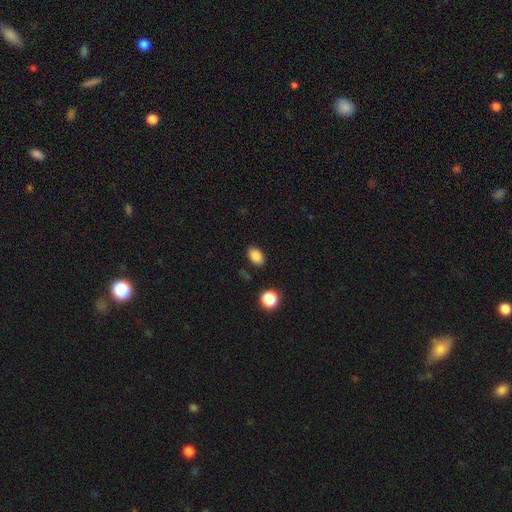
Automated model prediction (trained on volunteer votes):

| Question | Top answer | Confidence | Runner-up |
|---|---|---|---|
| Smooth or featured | smooth | 85% | star or artifact (10%) |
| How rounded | in between | 83% | round (16%) |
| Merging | none | 86% | minor disturbance (9%) |